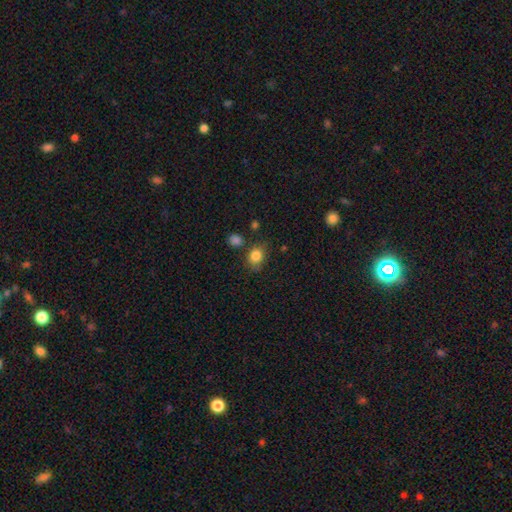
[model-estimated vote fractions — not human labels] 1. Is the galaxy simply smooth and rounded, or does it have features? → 83% smooth, 10% star or artifact, 6% featured or disk.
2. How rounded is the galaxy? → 51% round, 48% in between, 1% cigar-shaped.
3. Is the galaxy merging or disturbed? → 70% none, 19% minor disturbance, 6% merger, 5% major disturbance.